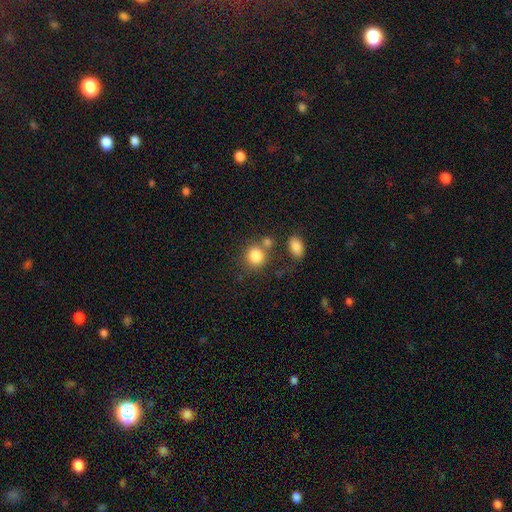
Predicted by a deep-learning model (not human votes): smooth 84%, star or artifact 10%, featured or disk 6%. Down the decision tree: how rounded — round (80%); merging — none (63%).